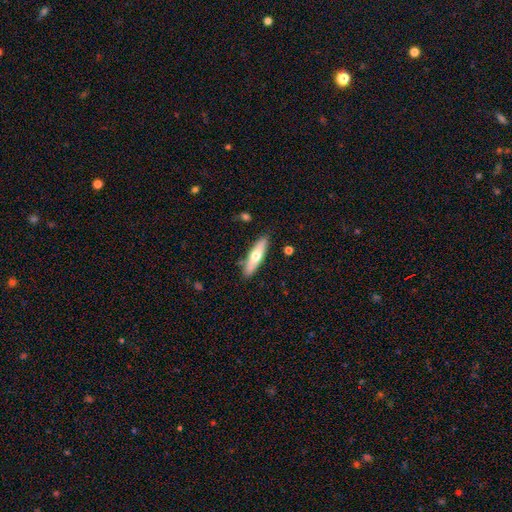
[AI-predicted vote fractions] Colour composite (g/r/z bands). It shows a smooth galaxy with no disk features (59%) that is cigar-shaped (66%). Merging: none (86%).